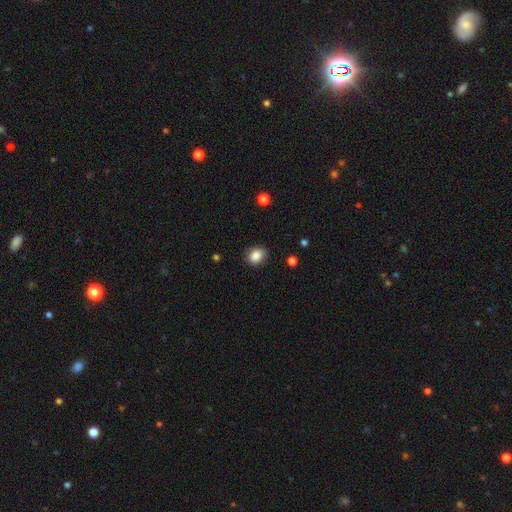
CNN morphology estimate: Smooth or featured: smooth — 86% (star or artifact — 9%)
How rounded: round — 58% (in between — 41%)
Merging: none — 81% (minor disturbance — 14%)